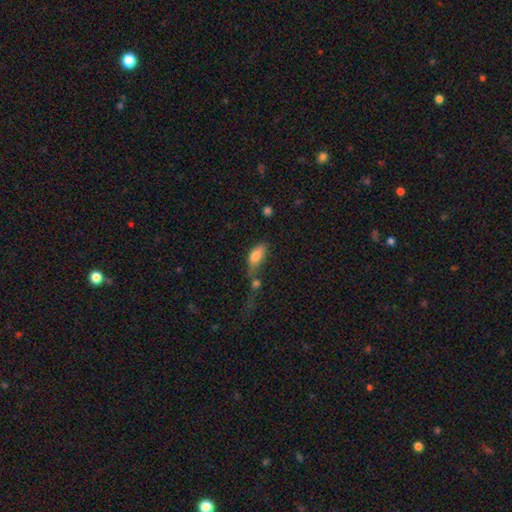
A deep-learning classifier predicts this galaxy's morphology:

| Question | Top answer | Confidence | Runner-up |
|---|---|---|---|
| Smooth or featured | smooth | 79% | featured or disk (13%) |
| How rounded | in between | 85% | cigar-shaped (11%) |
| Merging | merger | 37% | none (27%) |